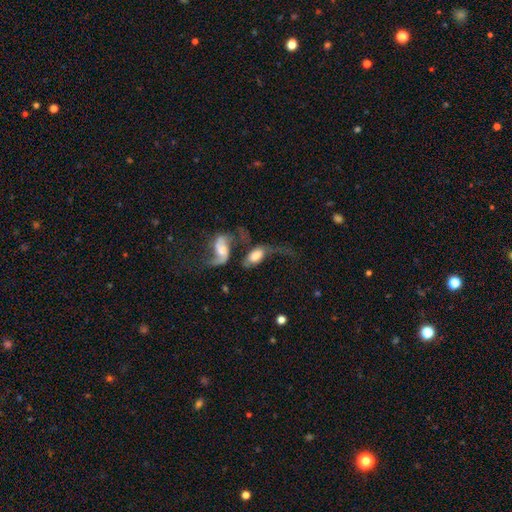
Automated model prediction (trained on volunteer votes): smooth_or_featured: featured or disk (p=0.47) [alt: smooth p=0.44]
merging: merger (p=0.51) [alt: major disturbance p=0.25]